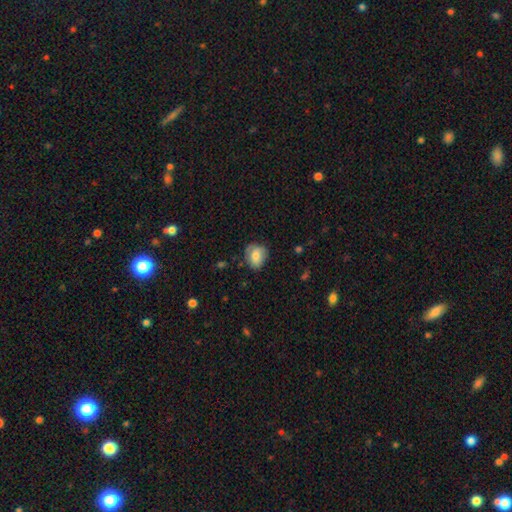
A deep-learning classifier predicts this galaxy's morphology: The model was most divided on "how rounded": round: 55%, in between: 44%, cigar-shaped: 1%. More confident: smooth or featured — smooth (74%); merging — none (63%).